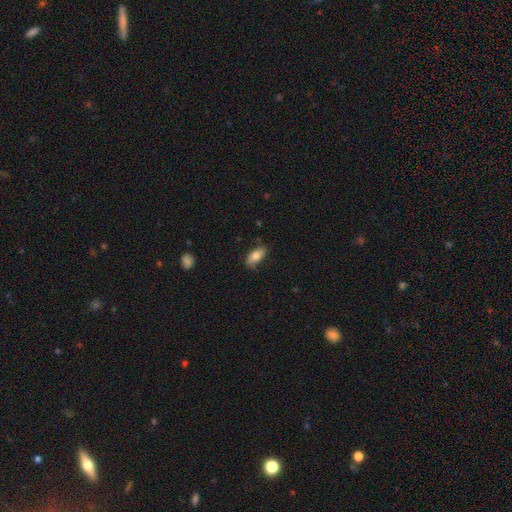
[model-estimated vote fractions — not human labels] smooth_or_featured: smooth (p=0.75) [alt: featured or disk p=0.18]
how_rounded: in between (p=0.86) [alt: cigar-shaped p=0.11]
merging: none (p=0.79) [alt: minor disturbance p=0.16]